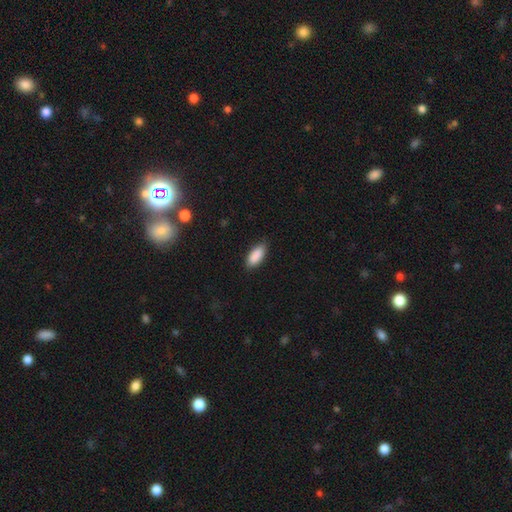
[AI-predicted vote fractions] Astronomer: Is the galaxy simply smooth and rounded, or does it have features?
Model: smooth — 89%.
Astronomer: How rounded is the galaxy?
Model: in between — 82%.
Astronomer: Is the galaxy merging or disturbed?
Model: none — 83%.